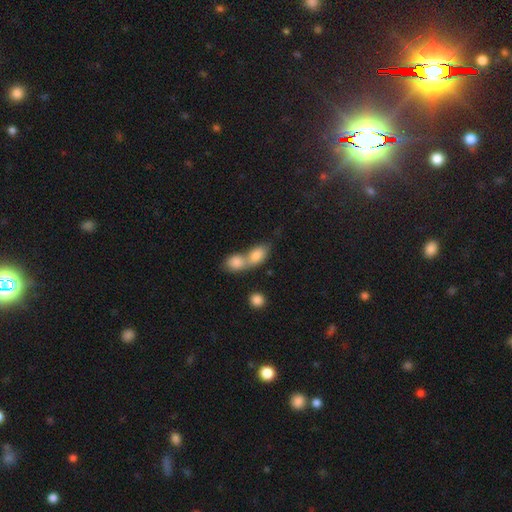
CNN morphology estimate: Smooth or featured? smooth (79%)
How rounded? in between (75%)
Merging? merger (71%)